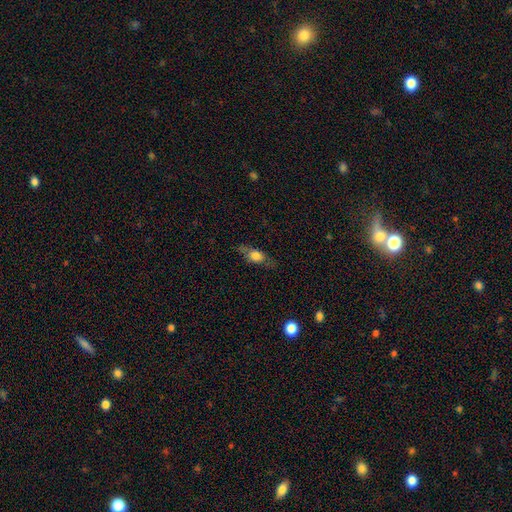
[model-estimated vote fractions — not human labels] Smooth or featured? Predicted: smooth (p=0.60). How rounded? Predicted: in between (p=0.62). Merging? Predicted: none (p=0.72).